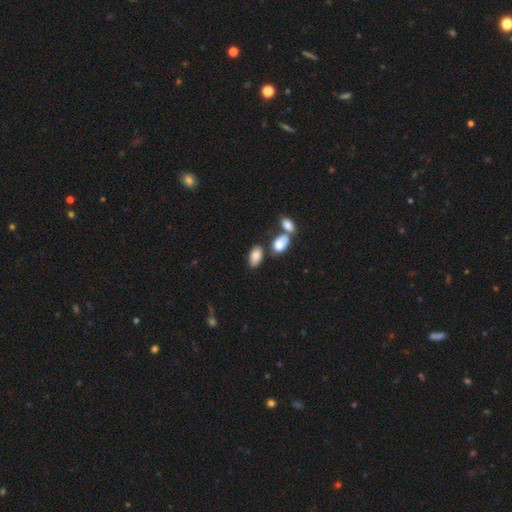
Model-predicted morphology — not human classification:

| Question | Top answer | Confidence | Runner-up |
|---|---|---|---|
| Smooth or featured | smooth | 84% | featured or disk (9%) |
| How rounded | in between | 93% | round (5%) |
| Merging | none | 63% | merger (20%) |